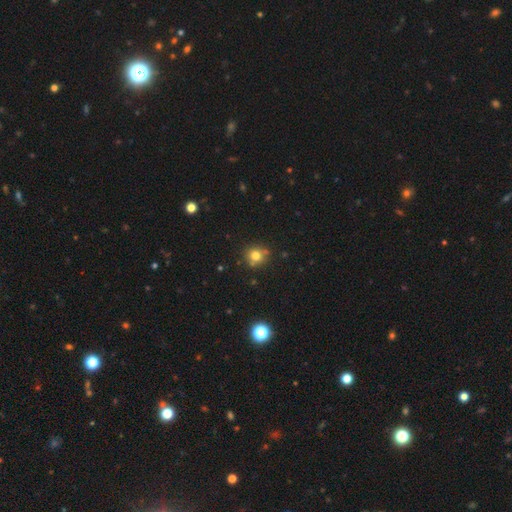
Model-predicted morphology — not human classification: smooth 75%, star or artifact 15%, featured or disk 10%. Down the decision tree: how rounded — round (85%); merging — none (73%).